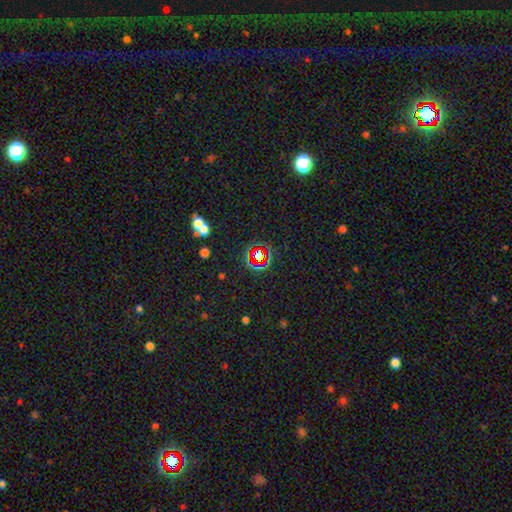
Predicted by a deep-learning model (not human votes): The model was most divided on "smooth or featured": star or artifact: 64%, smooth: 22%, featured or disk: 15%.